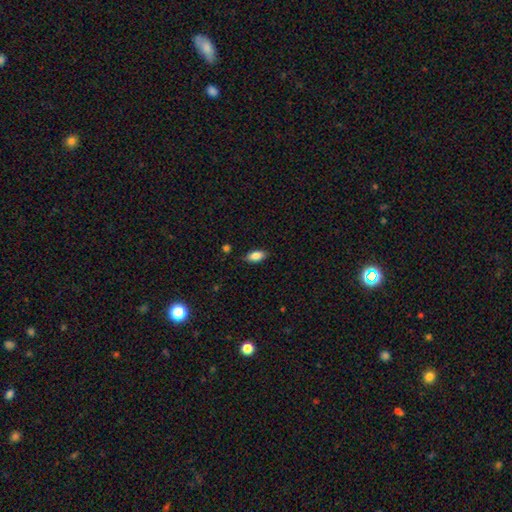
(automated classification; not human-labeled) This is clearly a smooth galaxy (85%). How rounded: clearly in between (90%). Merging: clearly none (83%).